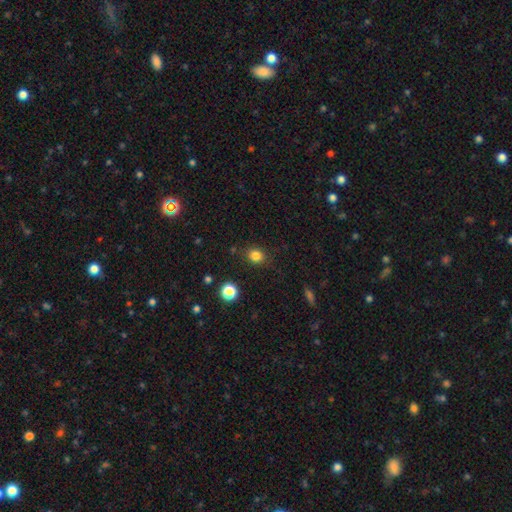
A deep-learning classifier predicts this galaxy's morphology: Q: Smooth or featured?
A: smooth (82%); runner-up: star or artifact (13%)
Q: How rounded?
A: round (73%); runner-up: in between (26%)
Q: Merging?
A: none (85%); runner-up: minor disturbance (10%)